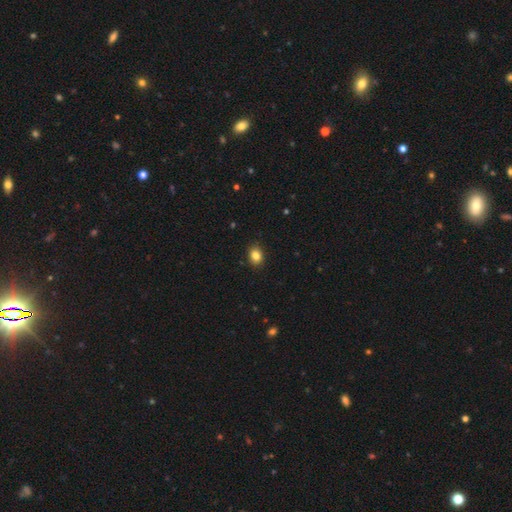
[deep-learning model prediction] Smooth or featured?
  - smooth: 85% *
  - star or artifact: 10%
  - featured or disk: 5%
How rounded?
  - in between: 60% *
  - round: 39%
  - cigar-shaped: 1%
Merging?
  - none: 88% *
  - minor disturbance: 9%
  - major disturbance: 2%
  - merger: 1%